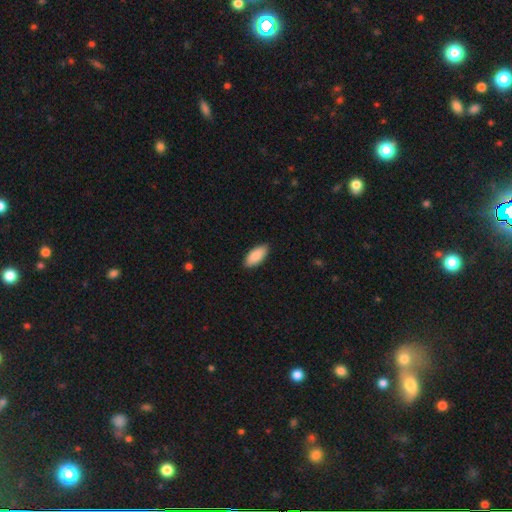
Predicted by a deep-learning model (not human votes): This appears to be a smooth galaxy with no disk features (90%) that is in between round and cigar-shaped (87%). Merging: none (89%).